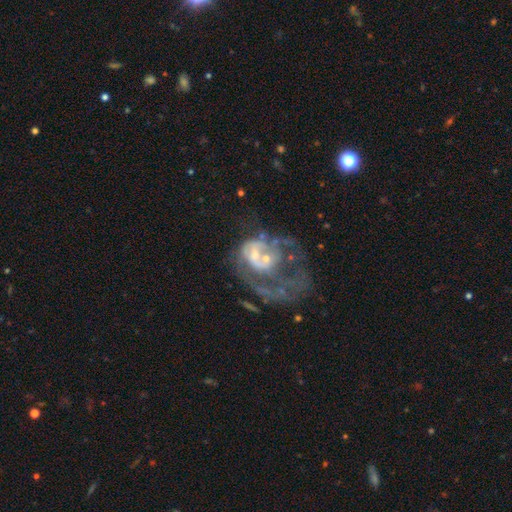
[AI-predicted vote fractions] Smooth or featured? Predicted: featured or disk (p=0.70). Edge-on disk? Predicted: no (p=0.98). Bar? Predicted: no (p=0.76). Spiral arms? Predicted: no (p=0.53). Bulge size? Predicted: small (p=0.43). Merging? Predicted: major disturbance (p=0.45).